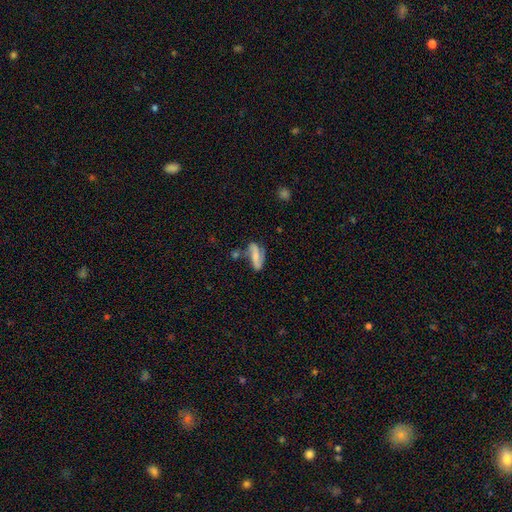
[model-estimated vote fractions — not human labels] A featured or disk galaxy (52%). Merging: none (47%).